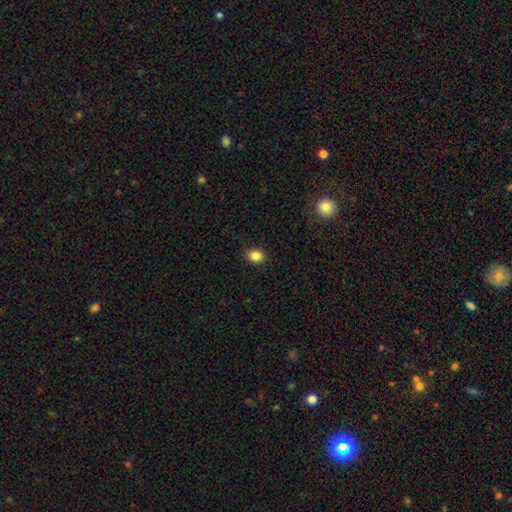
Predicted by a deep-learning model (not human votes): Smooth or featured? Predicted: smooth (p=0.85). How rounded? Predicted: round (p=0.59). Merging? Predicted: none (p=0.88).